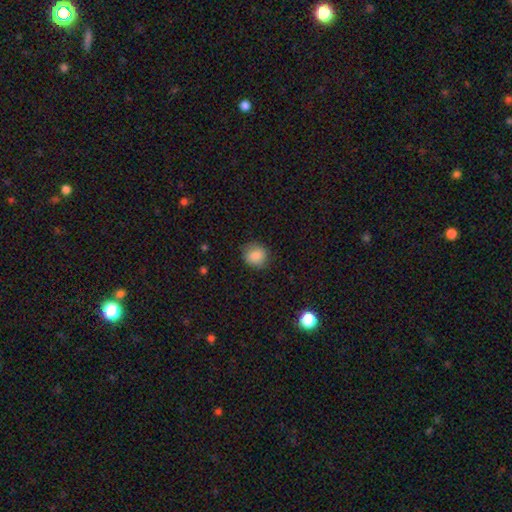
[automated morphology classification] A smooth galaxy with no disk features (85%) that is round (80%). Merging: none (81%).